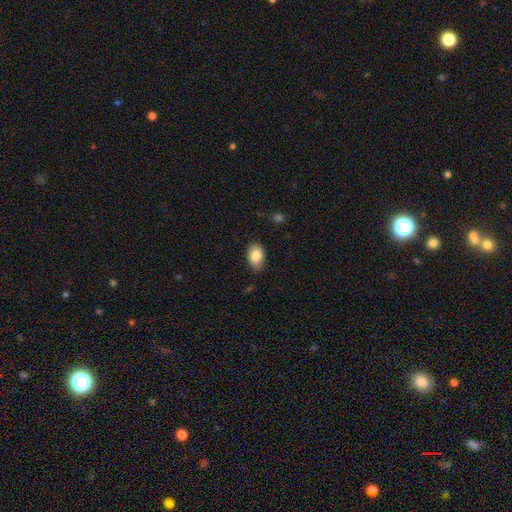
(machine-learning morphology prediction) Smooth or featured: smooth — 85% (featured or disk — 8%)
How rounded: in between — 89% (round — 10%)
Merging: none — 84% (minor disturbance — 12%)